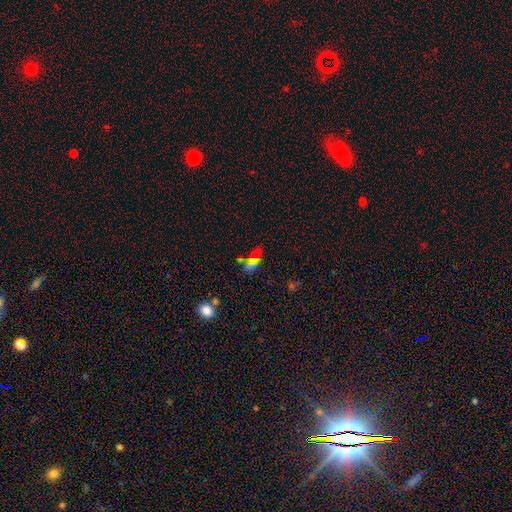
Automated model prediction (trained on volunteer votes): smooth-or-featured: smooth: 47% | star or artifact: 41% | featured or disk: 12%
  merging: none: 65% | minor disturbance: 16% | major disturbance: 10% | merger: 9%